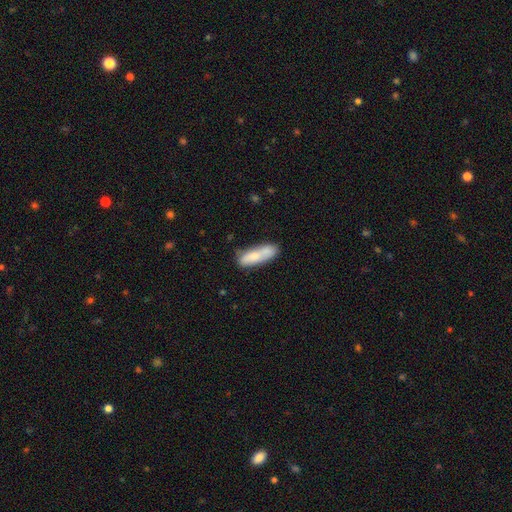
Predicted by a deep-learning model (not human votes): Smooth or featured?
  - smooth: 74% *
  - featured or disk: 19%
  - star or artifact: 6%
How rounded?
  - cigar-shaped: 54% *
  - in between: 44%
  - round: 2%
Merging?
  - none: 61% *
  - minor disturbance: 21%
  - merger: 13%
  - major disturbance: 5%